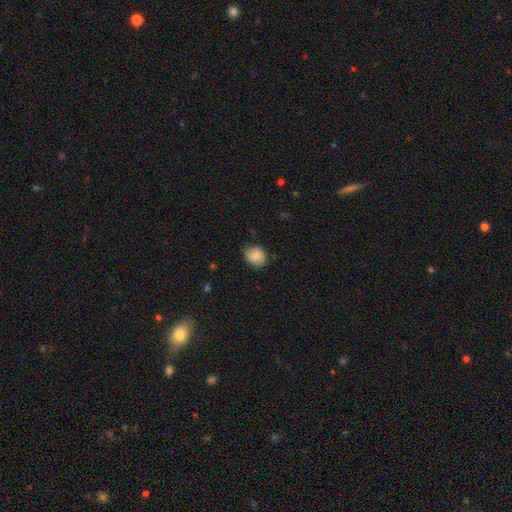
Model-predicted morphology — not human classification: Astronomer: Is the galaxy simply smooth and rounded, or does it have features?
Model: smooth — 84%.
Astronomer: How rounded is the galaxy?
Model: round — 70%.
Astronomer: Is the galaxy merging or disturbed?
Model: none — 72%.